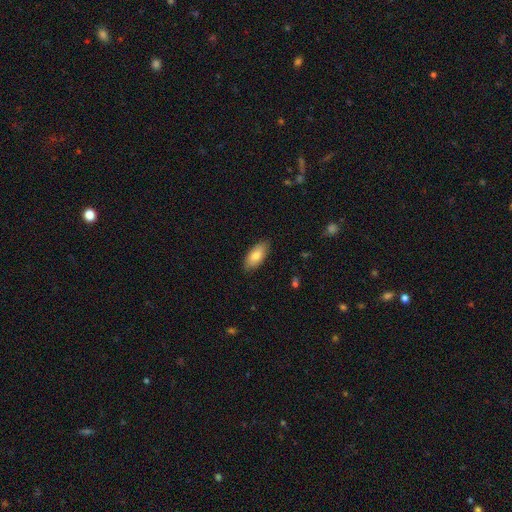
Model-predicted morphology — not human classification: The model was most divided on "smooth or featured": smooth: 79%, featured or disk: 15%, star or artifact: 6%. More confident: how rounded — in between (89%); merging — none (86%).